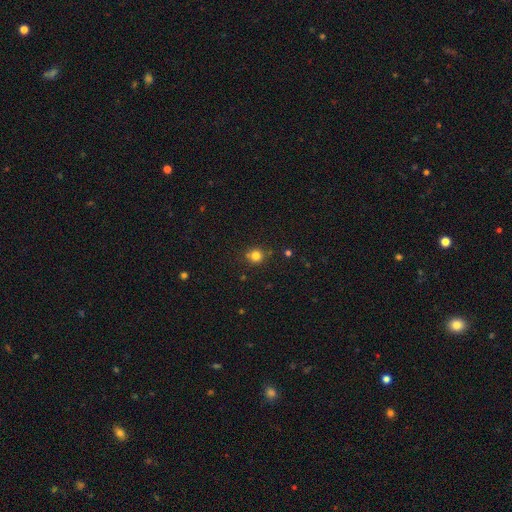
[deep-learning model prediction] Smooth or featured? Predicted: smooth (p=0.80). How rounded? Predicted: round (p=0.90). Merging? Predicted: none (p=0.79).